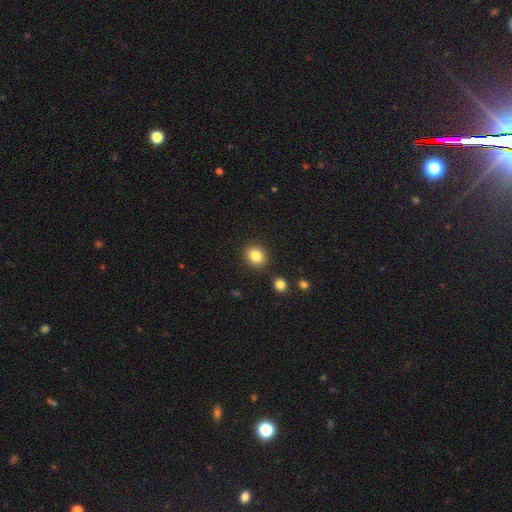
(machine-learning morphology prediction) Q: Smooth or featured?
A: smooth (84%); runner-up: star or artifact (10%)
Q: How rounded?
A: round (69%); runner-up: in between (30%)
Q: Merging?
A: none (87%); runner-up: minor disturbance (8%)